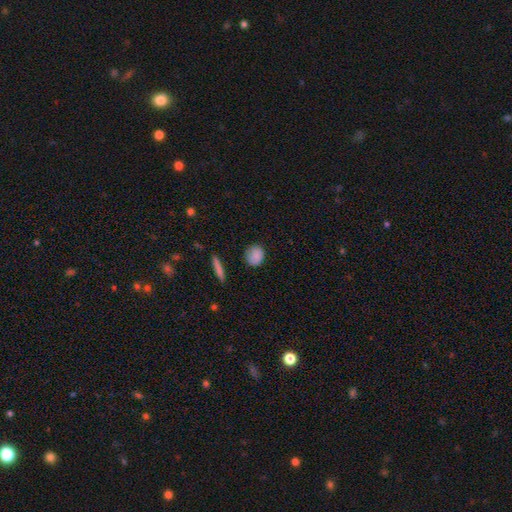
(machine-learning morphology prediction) Overall: smooth (87%). How rounded: round (65%; in between 32%). Merging: none (85%).